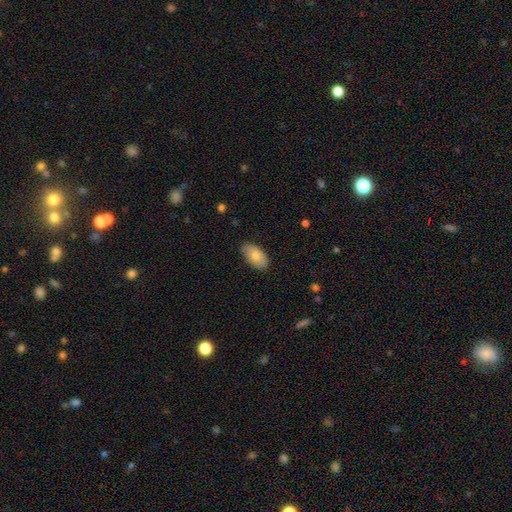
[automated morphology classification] smooth 79%, featured or disk 14%, star or artifact 6%. Down the decision tree: how rounded — in between (95%); merging — none (81%).